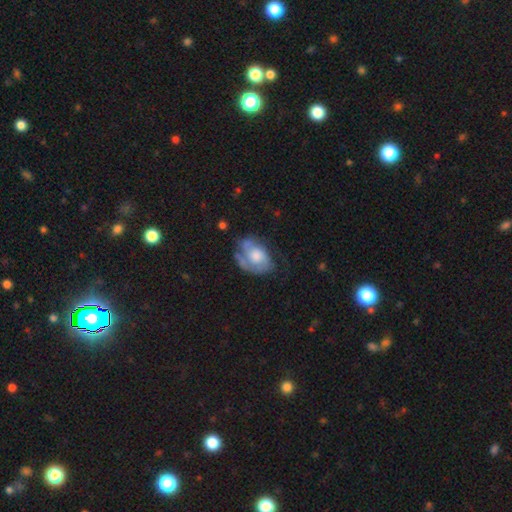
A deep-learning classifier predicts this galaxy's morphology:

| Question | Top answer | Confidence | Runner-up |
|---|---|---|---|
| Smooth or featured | featured or disk | 56% | smooth (37%) |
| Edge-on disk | no | 96% | yes (4%) |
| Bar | no | 80% | weak (17%) |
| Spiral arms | yes | 69% | no (31%) |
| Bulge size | moderate | 39% | large (33%) |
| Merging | none | 43% | minor disturbance (30%) |